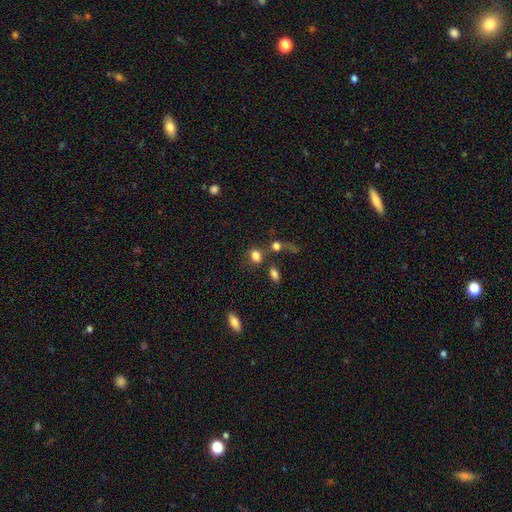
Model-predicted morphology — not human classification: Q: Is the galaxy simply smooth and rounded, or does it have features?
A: smooth — 81%.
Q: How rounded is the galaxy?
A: in between — 51%.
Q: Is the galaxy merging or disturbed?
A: none — 61%.